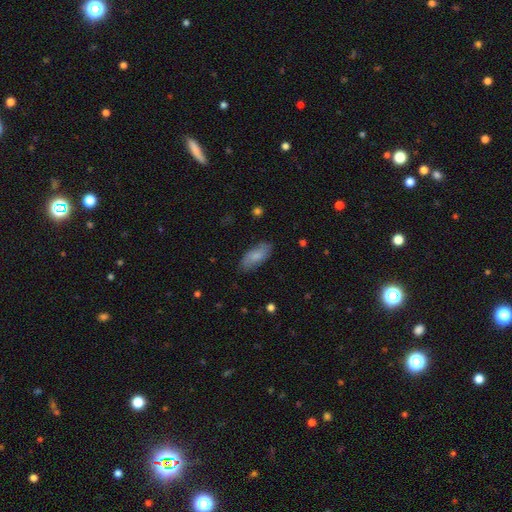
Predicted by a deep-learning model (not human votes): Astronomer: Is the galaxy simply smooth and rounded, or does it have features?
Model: smooth — 78%.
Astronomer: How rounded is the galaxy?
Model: in between — 84%.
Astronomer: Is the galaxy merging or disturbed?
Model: none — 80%.